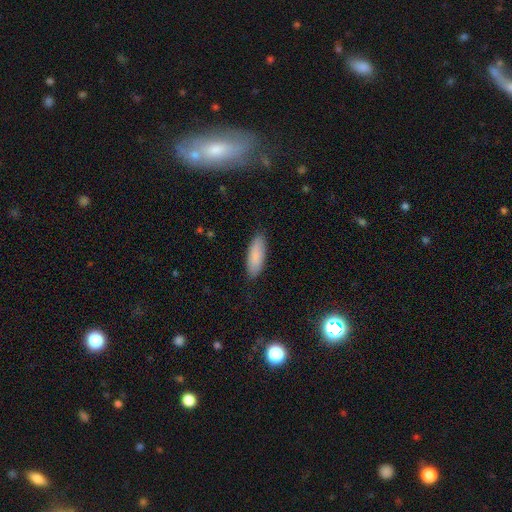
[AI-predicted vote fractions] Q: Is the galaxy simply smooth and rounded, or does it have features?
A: smooth — 87%.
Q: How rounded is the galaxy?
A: in between — 65%.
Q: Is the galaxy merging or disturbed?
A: none — 86%.